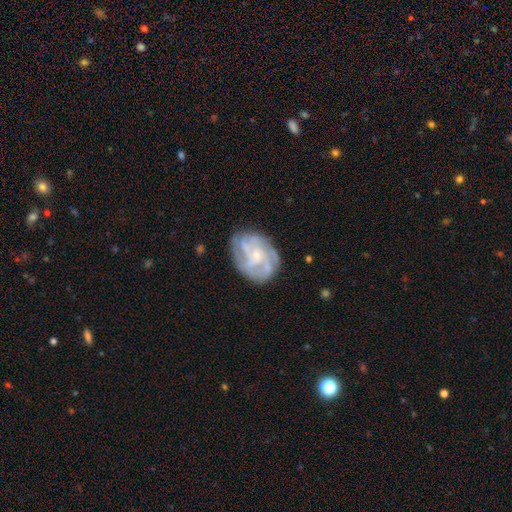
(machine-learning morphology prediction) Smooth or featured?
  - featured or disk: 79% *
  - smooth: 14%
  - star or artifact: 7%
Edge-on disk?
  - no: 97% *
  - yes: 3%
Bar?
  - no: 66% *
  - weak: 29%
  - strong: 5%
Spiral arms?
  - yes: 91% *
  - no: 9%
Spiral winding?
  - tight: 52% *
  - medium: 37%
  - loose: 11%
Spiral arm count?
  - can't tell: 31% *
  - 4: 25%
  - 3: 21%
  - 2: 10%
  - more than 4: 7%
  - 1: 5%
Bulge size?
  - small: 68% *
  - moderate: 24%
  - none: 6%
  - large: 2%
  - dominant: 1%
Merging?
  - none: 73% *
  - minor disturbance: 18%
  - major disturbance: 7%
  - merger: 2%